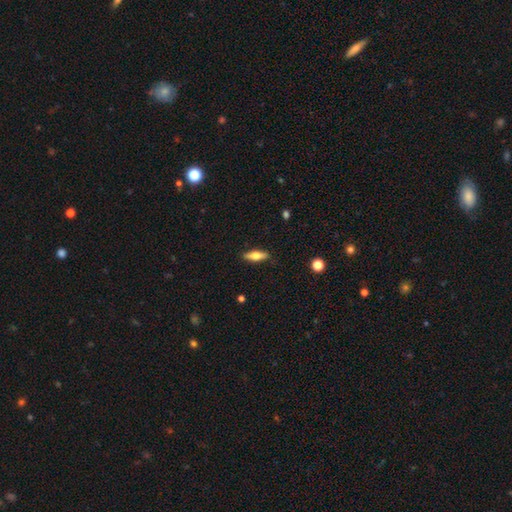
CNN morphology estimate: A smooth galaxy with no disk features (55%) that is in between round and cigar-shaped (50%). Merging: none (87%).